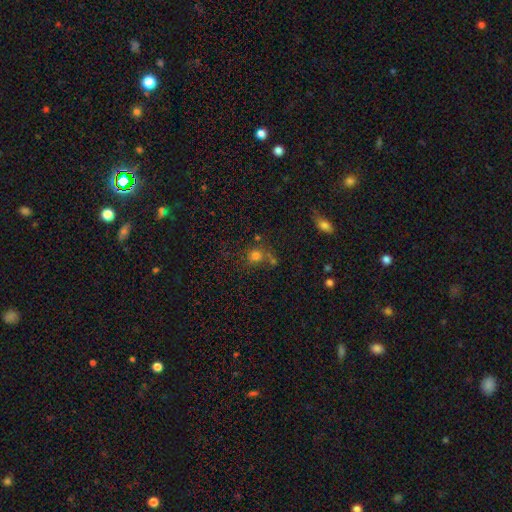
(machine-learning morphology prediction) Smooth or featured: smooth — 71% (star or artifact — 19%)
How rounded: round — 83% (in between — 16%)
Merging: none — 57% (merger — 21%)